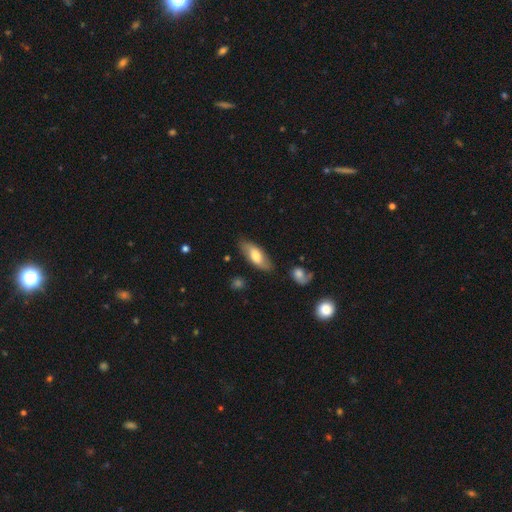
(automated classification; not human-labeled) smooth-or-featured: smooth: 67% | featured or disk: 27% | star or artifact: 6%
  how-rounded: in between: 78% | cigar-shaped: 19% | round: 3%
  merging: none: 78% | minor disturbance: 15% | major disturbance: 3% | merger: 3%